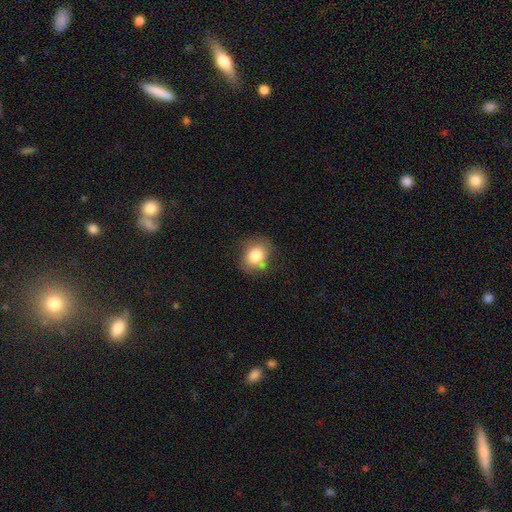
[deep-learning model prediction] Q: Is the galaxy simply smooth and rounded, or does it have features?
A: smooth — 80%.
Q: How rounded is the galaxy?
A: round — 66%.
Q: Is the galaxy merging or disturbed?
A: none — 71%.